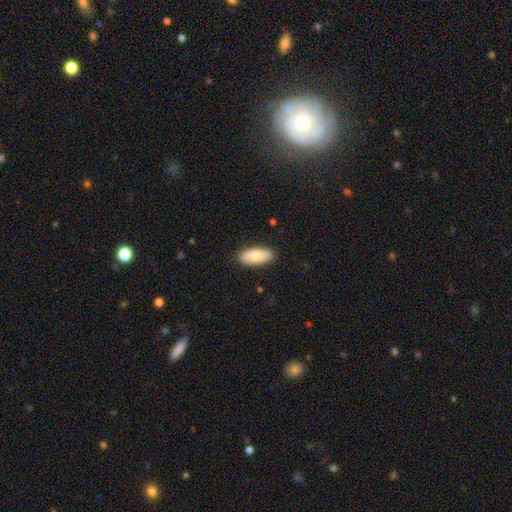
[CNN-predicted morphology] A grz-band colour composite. It shows a smooth galaxy with no disk features (80%) that is in between round and cigar-shaped (85%). Merging: none (88%).